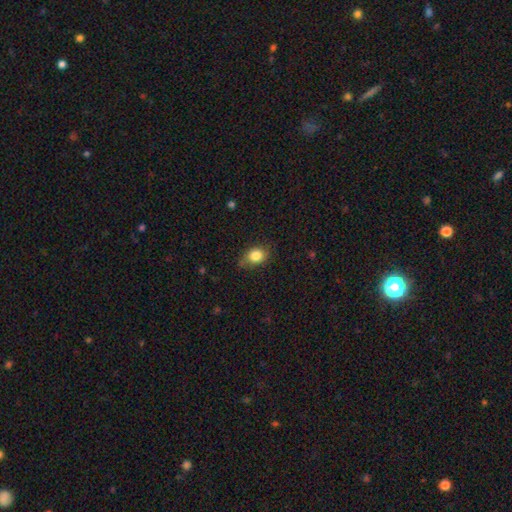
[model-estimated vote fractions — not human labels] smooth_or_featured: smooth (p=0.83) [alt: star or artifact p=0.09]
how_rounded: in between (p=0.57) [alt: round p=0.42]
merging: none (p=0.72) [alt: minor disturbance p=0.22]